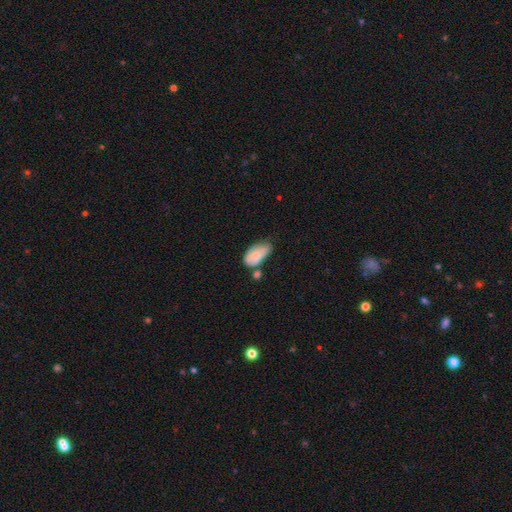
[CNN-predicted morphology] Overall: smooth (75%). How rounded: in between (93%). Merging: minor disturbance (34%; none 29%).